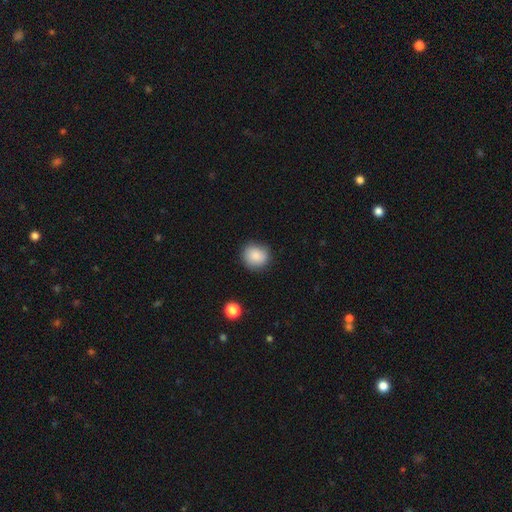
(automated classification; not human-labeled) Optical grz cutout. It shows a smooth galaxy with no disk features (87%) that is round (84%). Merging: none (84%).